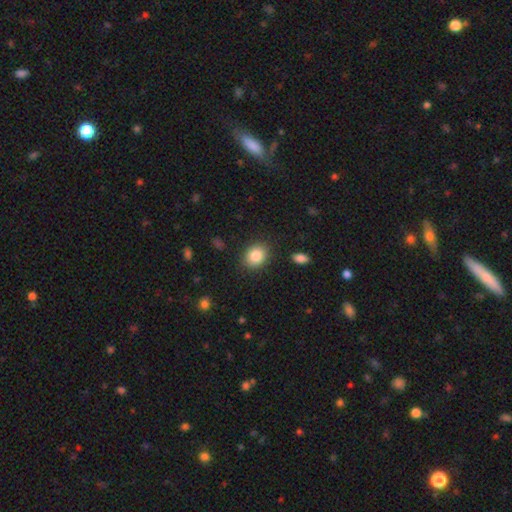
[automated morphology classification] smooth 85%, star or artifact 8%, featured or disk 6%. Down the decision tree: how rounded — in between (52%); merging — none (86%).